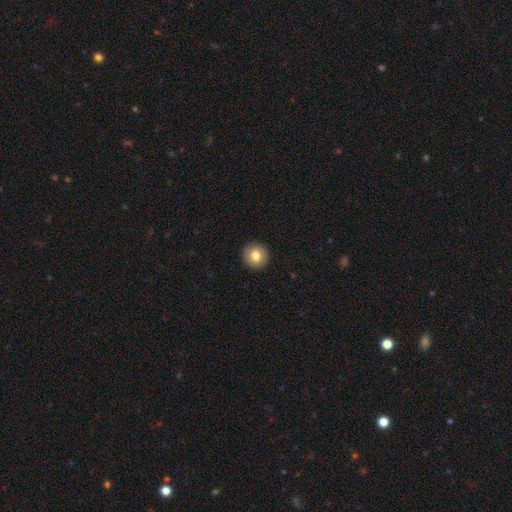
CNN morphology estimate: A smooth galaxy with no disk features (82%) that is round (94%).

Vote fractions:
- Smooth or featured? smooth: 82% / featured or disk: 10% / star or artifact: 8%
- How rounded? round: 94% / in between: 5% / cigar-shaped: 1%
- Merging? none: 93% / minor disturbance: 4% / major disturbance: 1% / merger: 1%